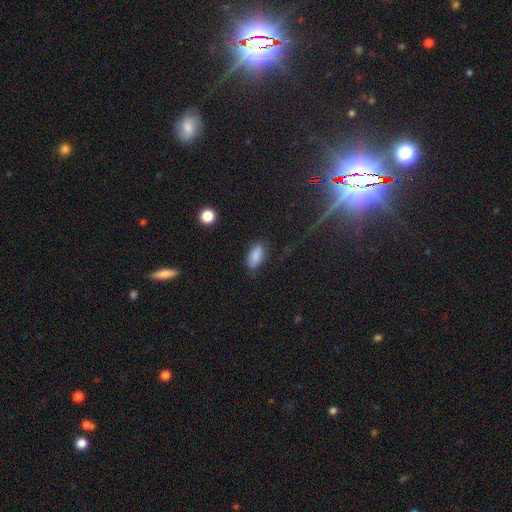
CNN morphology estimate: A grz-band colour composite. It shows a smooth galaxy with no disk features (85%) that is in between round and cigar-shaped (88%). Merging: none (75%).